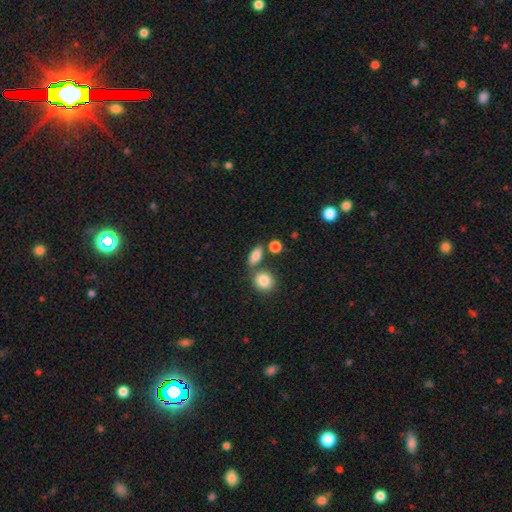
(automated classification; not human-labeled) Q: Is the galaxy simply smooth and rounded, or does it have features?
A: smooth — 83%.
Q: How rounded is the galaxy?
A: in between — 74%.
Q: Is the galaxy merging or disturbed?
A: none — 65%.